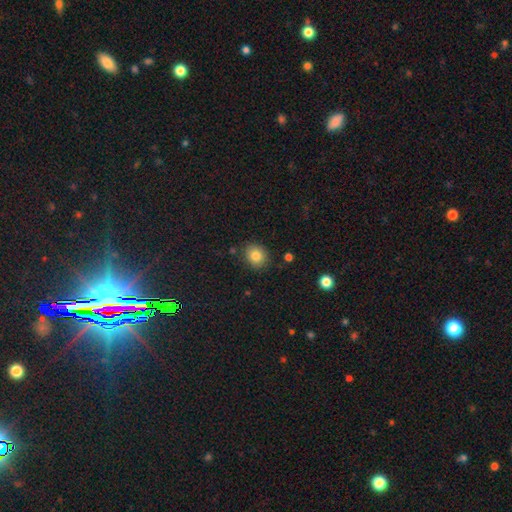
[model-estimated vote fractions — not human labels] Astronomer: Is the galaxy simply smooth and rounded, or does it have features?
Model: smooth — 83%.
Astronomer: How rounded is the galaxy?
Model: round — 71%.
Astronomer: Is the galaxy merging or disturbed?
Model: none — 85%.